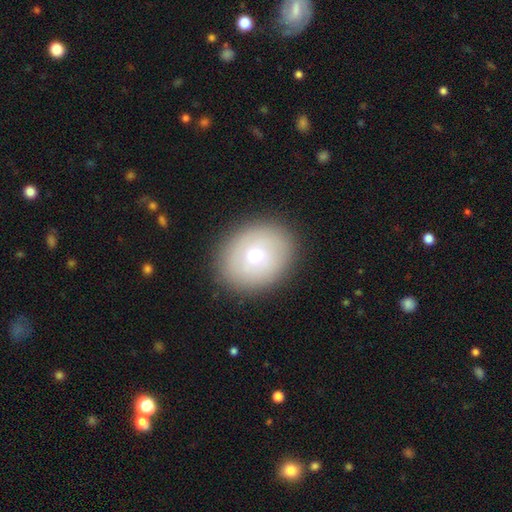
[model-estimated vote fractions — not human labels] This is likely a smooth galaxy (66%). How rounded: possibly round (58%). Merging: clearly none (87%).